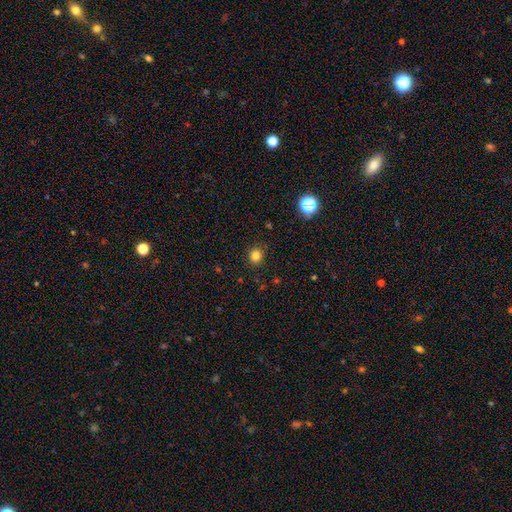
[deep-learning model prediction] This appears to be a smooth galaxy with no disk features (82%) that is round (86%). Merging: none (89%).